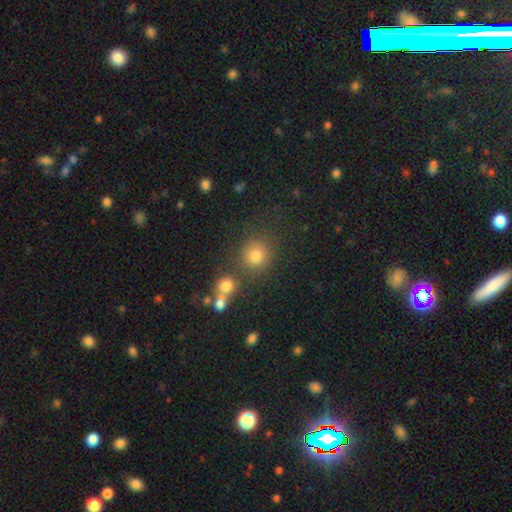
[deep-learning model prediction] Morphology: type=smooth (77%); roundness=round (90%); merging=none (74%).